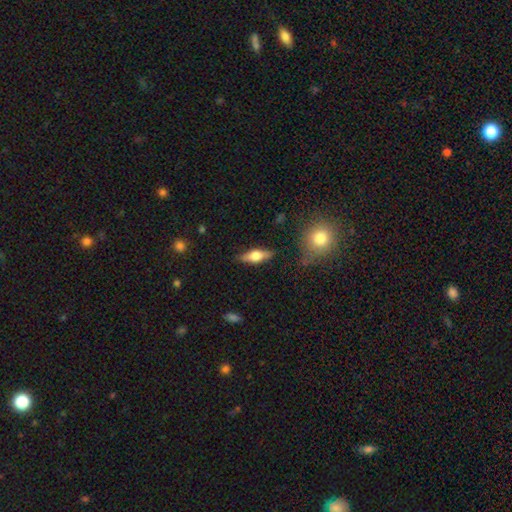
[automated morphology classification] Smooth or featured?
  - featured or disk: 51% *
  - smooth: 43%
  - star or artifact: 7%
Edge-on disk?
  - yes: 91% *
  - no: 9%
Merging?
  - none: 84% *
  - minor disturbance: 11%
  - major disturbance: 3%
  - merger: 2%